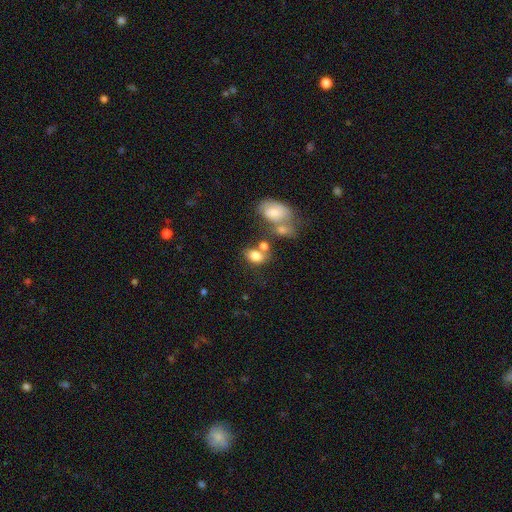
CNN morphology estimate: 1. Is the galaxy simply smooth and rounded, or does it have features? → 78% smooth, 12% featured or disk, 11% star or artifact.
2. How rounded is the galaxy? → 77% in between, 22% round, 2% cigar-shaped.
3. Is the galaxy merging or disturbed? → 41% none, 34% merger, 16% minor disturbance, 9% major disturbance.